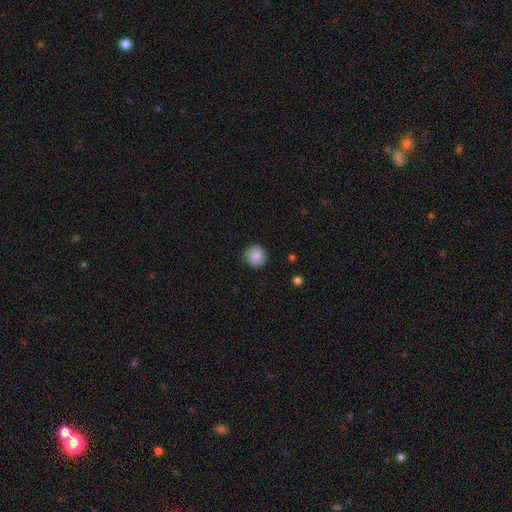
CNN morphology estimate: smooth_or_featured: smooth (p=0.84) [alt: featured or disk p=0.08]
how_rounded: round (p=0.91) [alt: in between p=0.08]
merging: none (p=0.80) [alt: minor disturbance p=0.16]